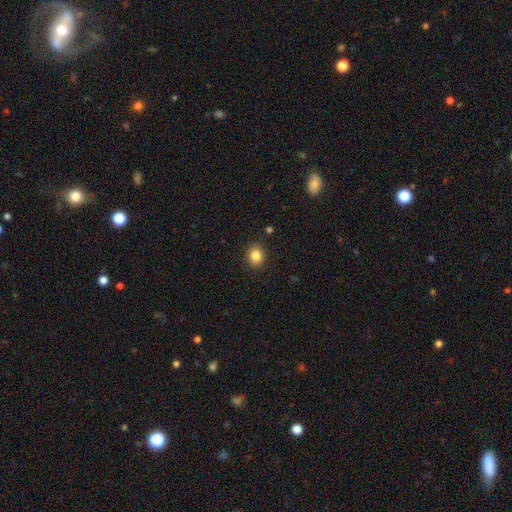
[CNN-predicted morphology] smooth 85%, star or artifact 10%, featured or disk 5%. Down the decision tree: how rounded — round (63%); merging — none (89%).